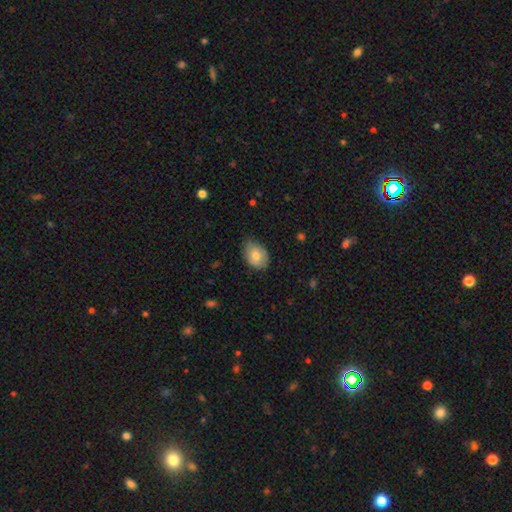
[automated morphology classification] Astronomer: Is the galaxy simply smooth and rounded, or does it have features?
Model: smooth — 78%.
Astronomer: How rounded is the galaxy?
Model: in between — 79%.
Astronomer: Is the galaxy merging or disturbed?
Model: none — 69%.